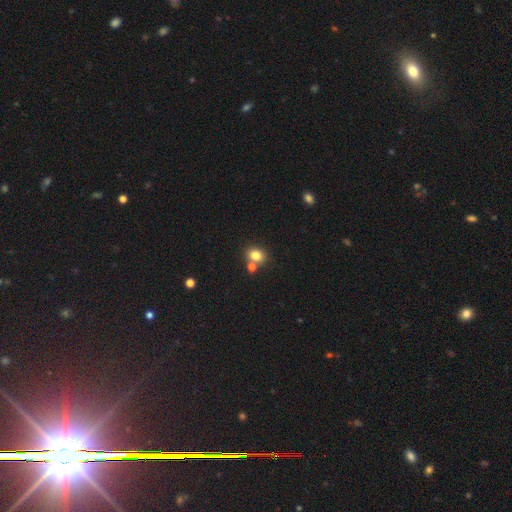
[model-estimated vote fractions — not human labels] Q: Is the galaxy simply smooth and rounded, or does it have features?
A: smooth — 81%.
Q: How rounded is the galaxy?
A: round — 62%.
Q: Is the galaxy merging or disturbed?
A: none — 61%.